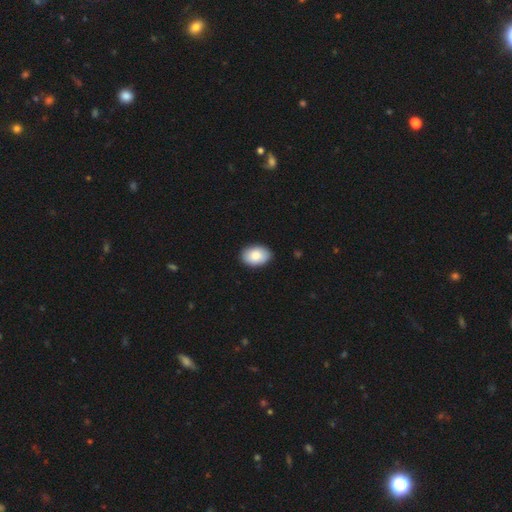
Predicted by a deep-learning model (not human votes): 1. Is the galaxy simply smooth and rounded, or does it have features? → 86% smooth, 7% featured or disk, 6% star or artifact.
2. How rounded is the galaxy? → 86% in between, 13% round, 1% cigar-shaped.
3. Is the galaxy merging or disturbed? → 88% none, 9% minor disturbance, 2% major disturbance, 1% merger.